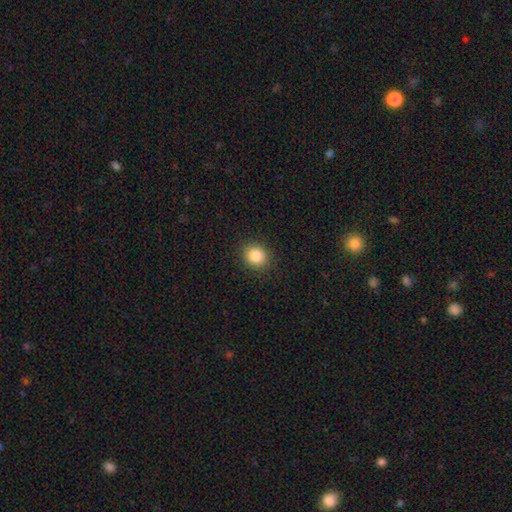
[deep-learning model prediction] smooth 85%, star or artifact 10%, featured or disk 5%. Down the decision tree: how rounded — round (74%); merging — none (90%).